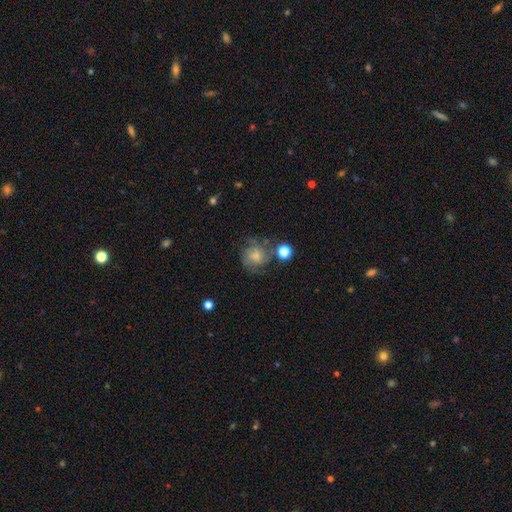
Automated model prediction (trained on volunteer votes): smooth 54%, featured or disk 35%, star or artifact 11%. Down the decision tree: how rounded — round (81%); merging — none (55%).